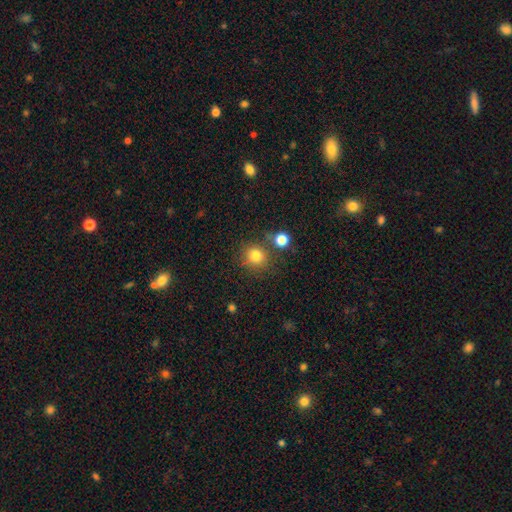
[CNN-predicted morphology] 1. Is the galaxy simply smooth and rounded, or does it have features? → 80% smooth, 13% star or artifact, 7% featured or disk.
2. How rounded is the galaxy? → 88% round, 11% in between, 1% cigar-shaped.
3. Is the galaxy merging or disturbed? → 74% none, 11% merger, 11% minor disturbance, 4% major disturbance.